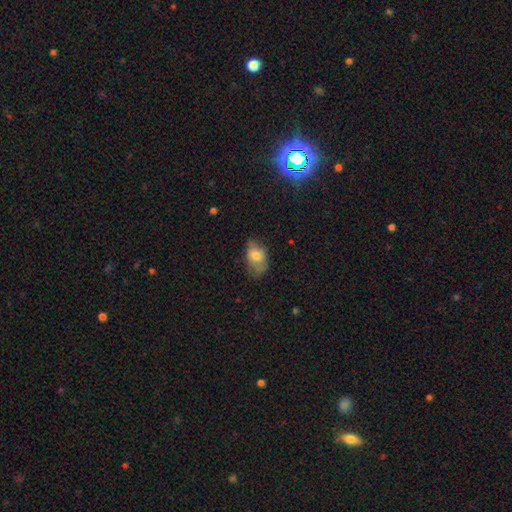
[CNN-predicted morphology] smooth 72%, featured or disk 19%, star or artifact 9%. Down the decision tree: how rounded — in between (89%); merging — none (53%).